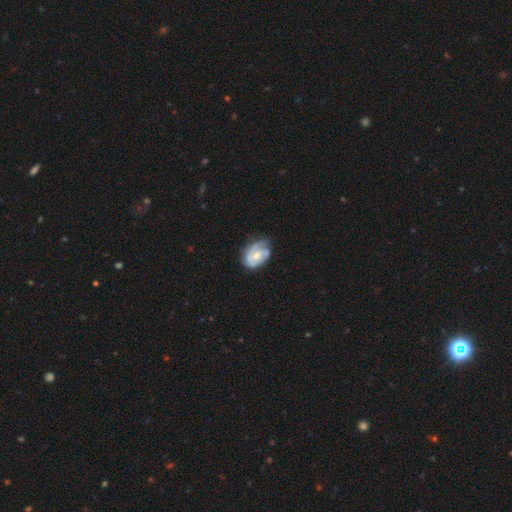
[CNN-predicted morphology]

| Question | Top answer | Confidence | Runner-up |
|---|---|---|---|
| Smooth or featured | featured or disk | 67% | smooth (27%) |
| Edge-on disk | no | 97% | yes (3%) |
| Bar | no | 70% | weak (26%) |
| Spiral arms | yes | 86% | no (14%) |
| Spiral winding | tight | 47% | medium (37%) |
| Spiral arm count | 2 | 34% | 1 (26%) |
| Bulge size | moderate | 48% | small (37%) |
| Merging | none | 51% | minor disturbance (30%) |